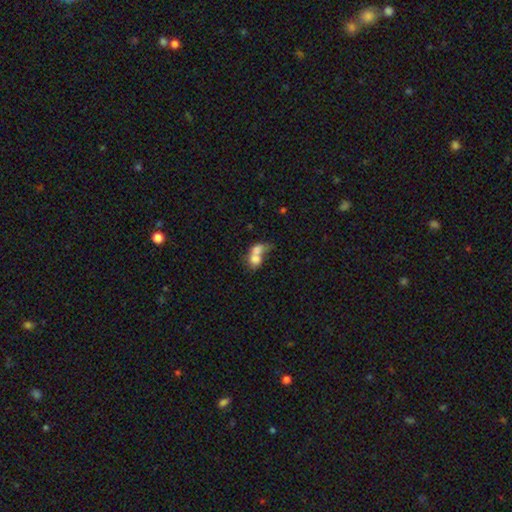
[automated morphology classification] This appears to be a smooth galaxy with no disk features (68%) that is in between round and cigar-shaped (56%). Merging: merger (75%).